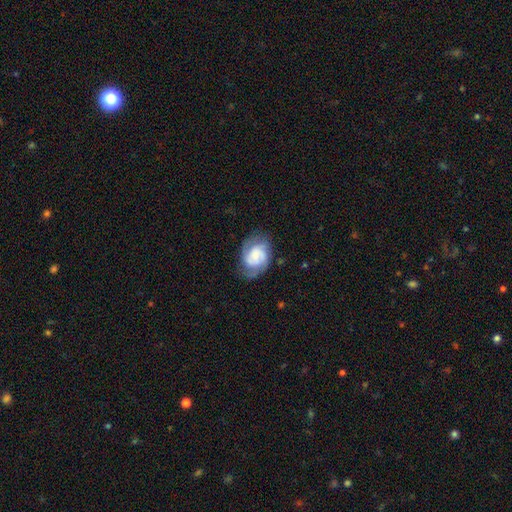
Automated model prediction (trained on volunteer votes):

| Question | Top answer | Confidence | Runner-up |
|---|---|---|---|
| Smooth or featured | featured or disk | 69% | smooth (24%) |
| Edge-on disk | no | 98% | yes (2%) |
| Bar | no | 60% | weak (32%) |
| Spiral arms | yes | 92% | no (8%) |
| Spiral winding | tight | 44% | medium (43%) |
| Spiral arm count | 2 | 57% | can't tell (18%) |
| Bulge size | small | 32% | moderate (25%) |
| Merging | none | 65% | minor disturbance (22%) |